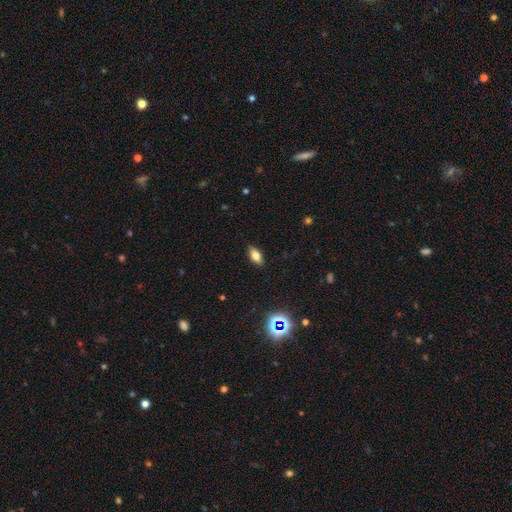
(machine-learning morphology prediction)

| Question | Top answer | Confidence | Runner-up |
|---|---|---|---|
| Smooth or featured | smooth | 76% | featured or disk (12%) |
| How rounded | in between | 87% | cigar-shaped (7%) |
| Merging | none | 87% | minor disturbance (9%) |